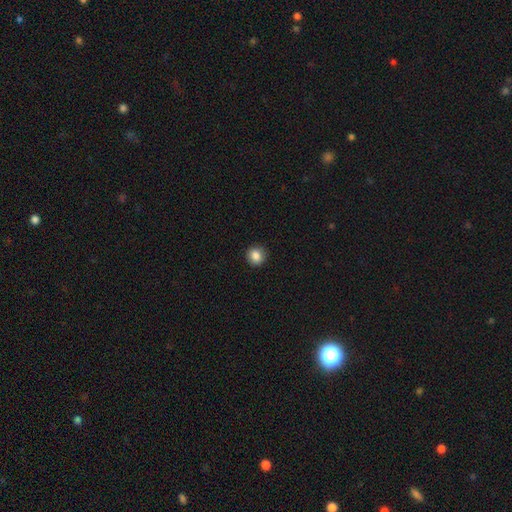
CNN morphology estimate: The model was most divided on "smooth or featured": smooth: 87%, star or artifact: 9%, featured or disk: 4%. More confident: merging — none (92%); how rounded — round (88%).